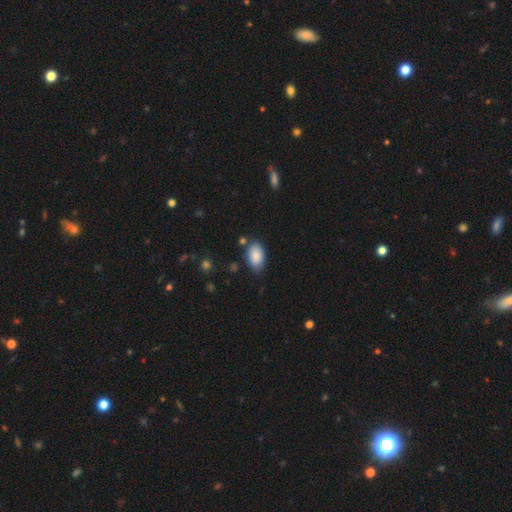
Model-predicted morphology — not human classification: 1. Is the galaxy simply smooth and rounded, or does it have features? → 88% smooth, 7% star or artifact, 5% featured or disk.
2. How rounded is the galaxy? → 94% in between, 5% round, 2% cigar-shaped.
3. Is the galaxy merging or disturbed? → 74% none, 18% minor disturbance, 4% merger, 4% major disturbance.